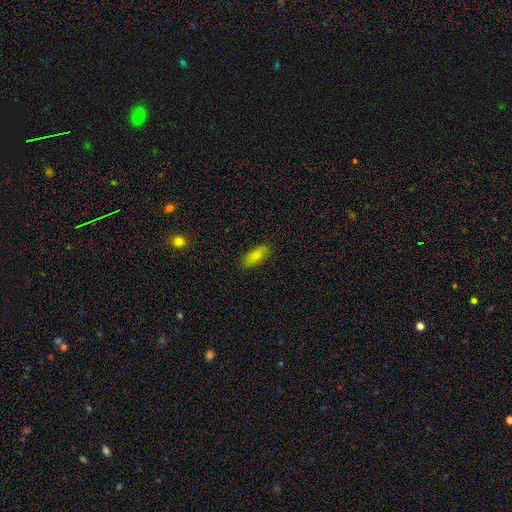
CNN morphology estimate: A smooth galaxy with no disk features (81%) that is in between round and cigar-shaped (80%).

Vote fractions:
- Smooth or featured? smooth: 81% / featured or disk: 11% / star or artifact: 8%
- How rounded? in between: 80% / cigar-shaped: 18% / round: 2%
- Merging? none: 85% / minor disturbance: 12% / major disturbance: 2% / merger: 1%